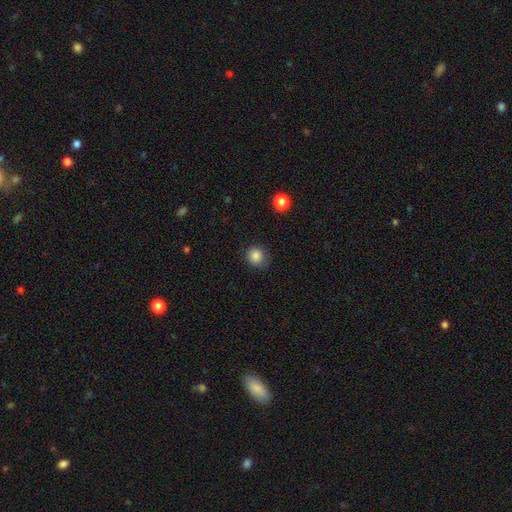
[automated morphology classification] This is clearly a smooth galaxy (85%). How rounded: clearly round (85%). Merging: clearly none (83%).